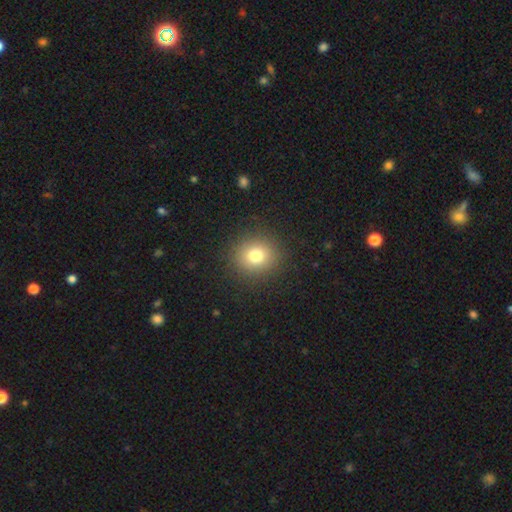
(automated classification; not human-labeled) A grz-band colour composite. It shows a smooth galaxy with no disk features (77%) that is round (83%). Merging: none (89%).